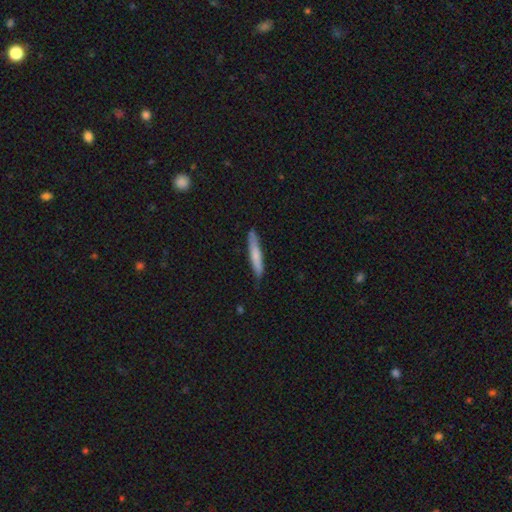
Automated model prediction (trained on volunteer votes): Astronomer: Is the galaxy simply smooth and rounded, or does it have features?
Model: smooth — 69%.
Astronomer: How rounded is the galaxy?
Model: cigar-shaped — 92%.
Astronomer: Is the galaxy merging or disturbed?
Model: none — 83%.